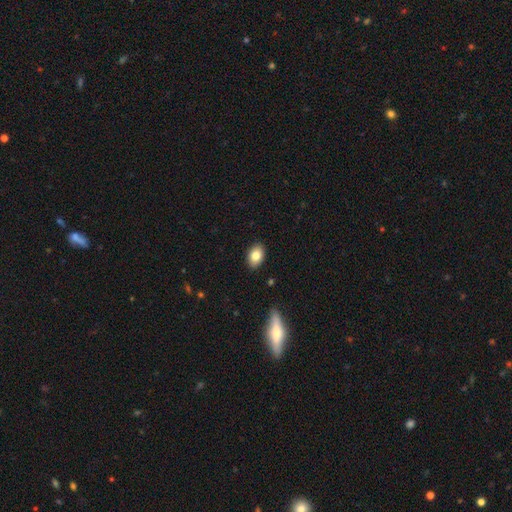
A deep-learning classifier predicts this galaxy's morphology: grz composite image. It shows a smooth galaxy with no disk features (82%) that is in between round and cigar-shaped (86%). Merging: none (89%).